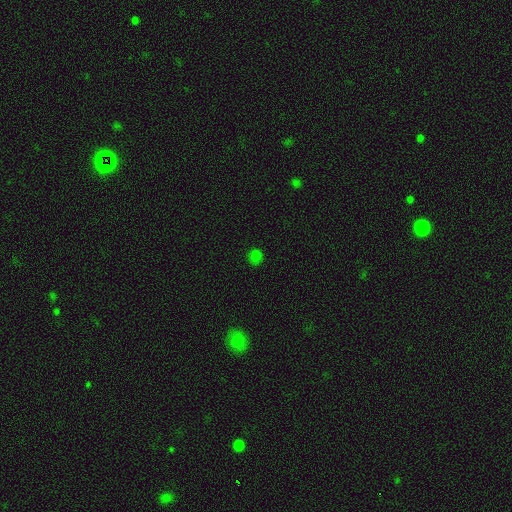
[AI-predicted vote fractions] Smooth or featured? Predicted: smooth (p=0.77). How rounded? Predicted: round (p=0.84). Merging? Predicted: none (p=0.87).